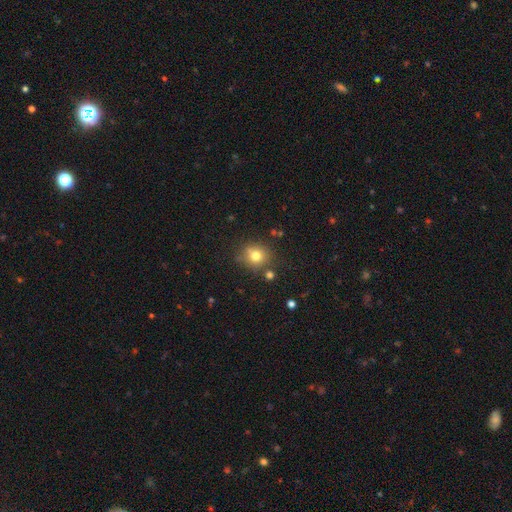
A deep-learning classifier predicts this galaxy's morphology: This is likely a smooth galaxy (75%). How rounded: clearly round (86%). Merging: likely none (77%).